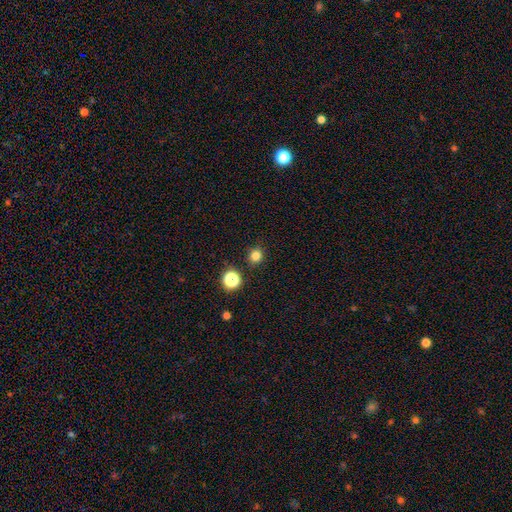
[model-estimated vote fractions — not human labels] This is likely a smooth galaxy (79%). How rounded: clearly round (89%). Merging: clearly none (88%).